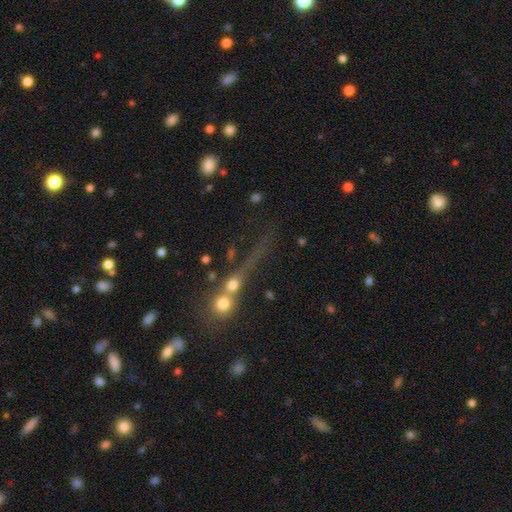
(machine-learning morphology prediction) type=star or artifact (42%).